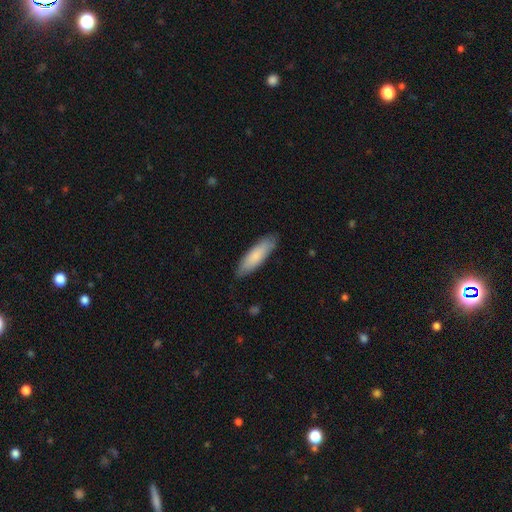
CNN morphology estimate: smooth-or-featured: smooth: 82% | featured or disk: 13% | star or artifact: 5%
  how-rounded: cigar-shaped: 62% | in between: 37% | round: 1%
  merging: none: 85% | minor disturbance: 12% | major disturbance: 2% | merger: 1%